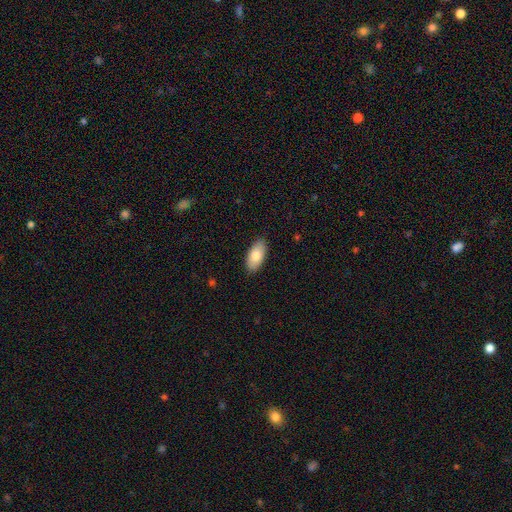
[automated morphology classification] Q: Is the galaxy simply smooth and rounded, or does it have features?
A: smooth — 80%.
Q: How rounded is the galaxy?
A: in between — 93%.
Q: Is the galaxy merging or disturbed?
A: none — 88%.